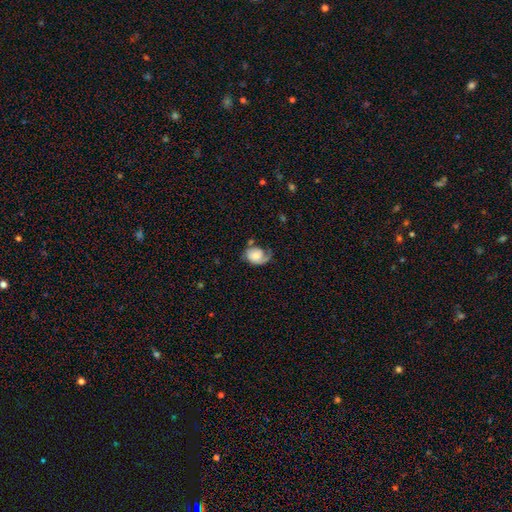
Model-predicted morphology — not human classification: Smooth or featured: featured or disk — 48% (smooth — 45%)
Merging: none — 37% (minor disturbance — 29%)